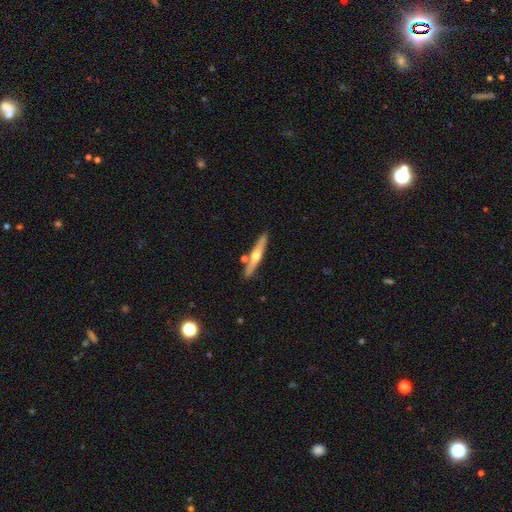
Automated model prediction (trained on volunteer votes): A featured or disk galaxy (57%) viewed edge-on (94%) with a rounded central bulge (90%).

Vote fractions:
- Smooth or featured? featured or disk: 57% / smooth: 38% / star or artifact: 5%
- Edge-on disk? yes: 94% / no: 6%
- Edge-on bulge? rounded: 90% / none: 8% / boxy: 2%
- Merging? none: 83% / minor disturbance: 9% / merger: 6% / major disturbance: 2%